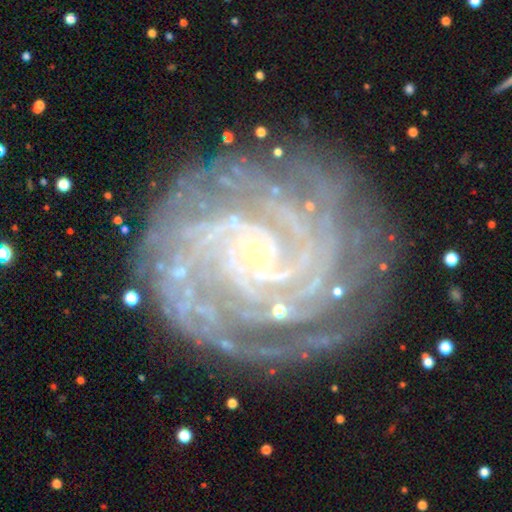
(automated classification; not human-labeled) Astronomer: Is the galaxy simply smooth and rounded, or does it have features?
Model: featured or disk — 91%.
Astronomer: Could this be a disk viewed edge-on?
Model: no — 98%.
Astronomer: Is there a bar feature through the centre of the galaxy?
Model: no — 65%.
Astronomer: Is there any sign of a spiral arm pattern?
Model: yes — 99%.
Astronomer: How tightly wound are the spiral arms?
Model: tight — 80%.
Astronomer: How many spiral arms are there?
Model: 2 — 21% (runner-up: 4, 20%).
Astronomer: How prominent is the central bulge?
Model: small — 87%.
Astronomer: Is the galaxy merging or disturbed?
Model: none — 80%.